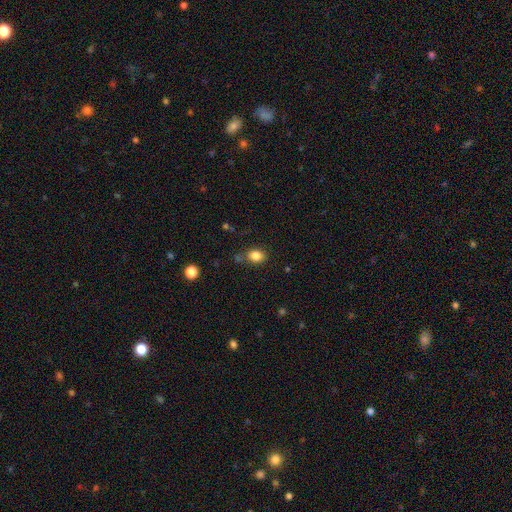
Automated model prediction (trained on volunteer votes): smooth 84%, star or artifact 10%, featured or disk 6%. Down the decision tree: how rounded — in between (68%); merging — none (73%).